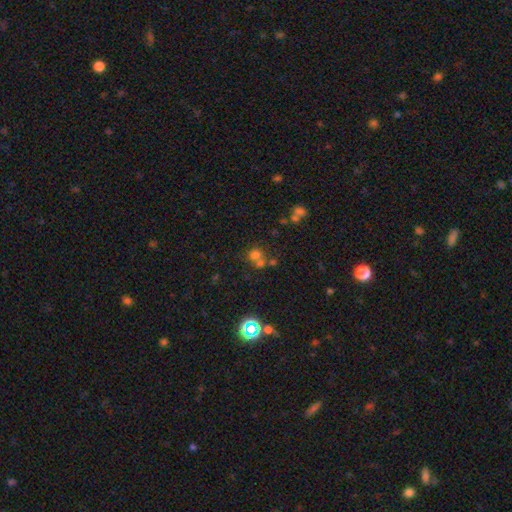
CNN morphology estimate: smooth-or-featured: smooth: 60% | star or artifact: 27% | featured or disk: 13%
  how-rounded: round: 84% | in between: 15% | cigar-shaped: 1%
  merging: none: 49% | merger: 39% | minor disturbance: 8% | major disturbance: 5%